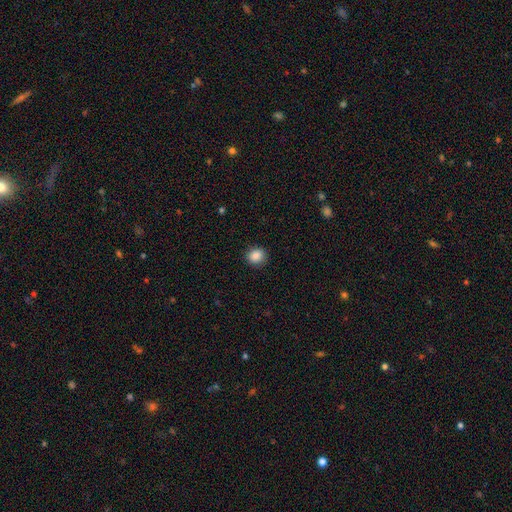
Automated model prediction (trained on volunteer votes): Smooth or featured: smooth — 87% (star or artifact — 9%)
How rounded: round — 81% (in between — 18%)
Merging: none — 90% (minor disturbance — 7%)